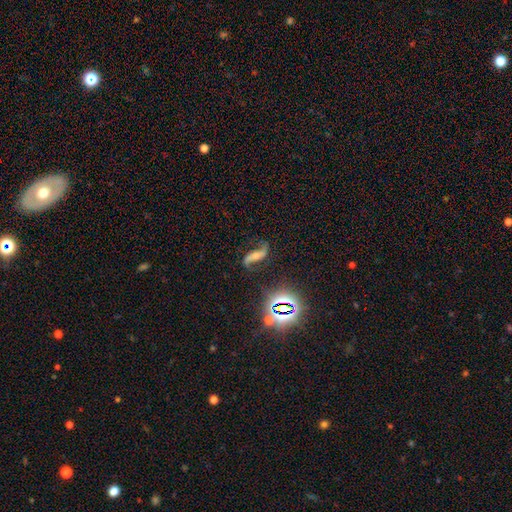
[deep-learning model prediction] Q: Smooth or featured?
A: featured or disk (75%); runner-up: star or artifact (14%)
Q: Edge-on disk?
A: no (92%); runner-up: yes (8%)
Q: Bar?
A: no (42%); runner-up: strong (35%)
Q: Spiral arms?
A: yes (94%); runner-up: no (6%)
Q: Spiral winding?
A: loose (79%); runner-up: medium (16%)
Q: Spiral arm count?
A: 2 (92%); runner-up: 1 (3%)
Q: Bulge size?
A: moderate (42%); runner-up: small (41%)
Q: Merging?
A: none (73%); runner-up: minor disturbance (15%)